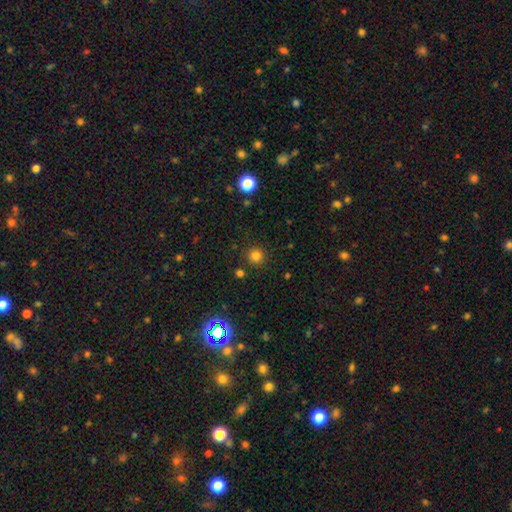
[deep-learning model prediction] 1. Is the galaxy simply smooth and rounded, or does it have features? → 80% smooth, 16% star or artifact, 4% featured or disk.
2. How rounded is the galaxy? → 95% round, 4% in between, 1% cigar-shaped.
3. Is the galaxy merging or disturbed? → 89% none, 6% minor disturbance, 2% major disturbance, 2% merger.